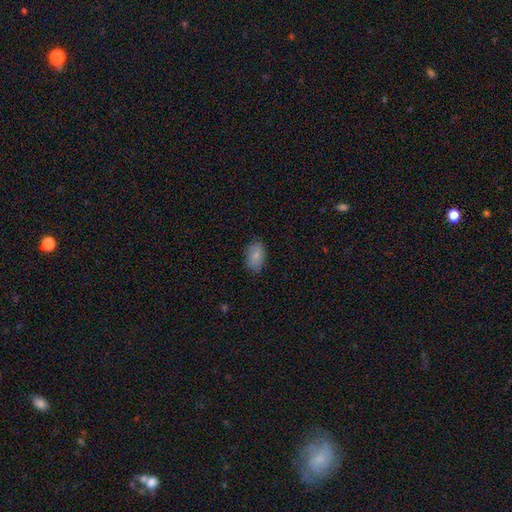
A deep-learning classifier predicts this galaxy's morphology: A smooth galaxy with no disk features (84%) that is in between round and cigar-shaped (91%).

Vote fractions:
- Smooth or featured? smooth: 84% / featured or disk: 8% / star or artifact: 7%
- How rounded? in between: 91% / round: 7% / cigar-shaped: 2%
- Merging? none: 83% / minor disturbance: 13% / major disturbance: 3% / merger: 1%